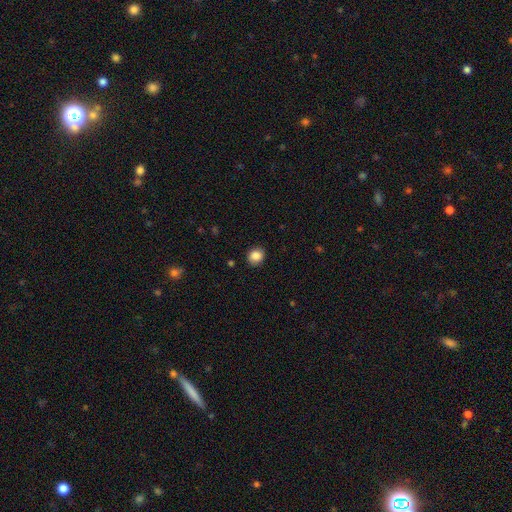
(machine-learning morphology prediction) smooth-or-featured: smooth: 86% | star or artifact: 9% | featured or disk: 5%
  how-rounded: round: 71% | in between: 28% | cigar-shaped: 1%
  merging: none: 87% | minor disturbance: 9% | major disturbance: 2% | merger: 1%